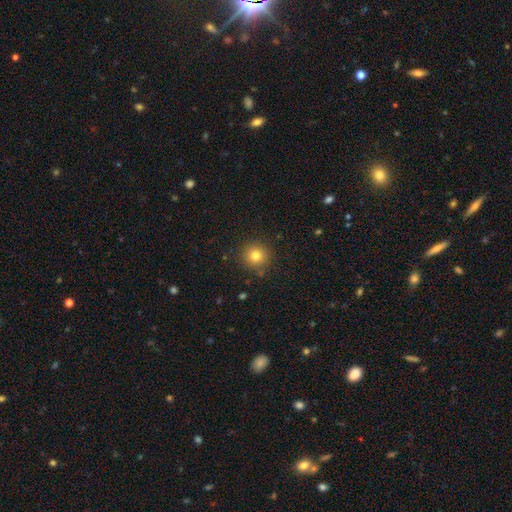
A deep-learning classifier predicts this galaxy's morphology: The model was most divided on "smooth or featured": smooth: 79%, star or artifact: 13%, featured or disk: 8%. More confident: how rounded — round (94%); merging — none (88%).